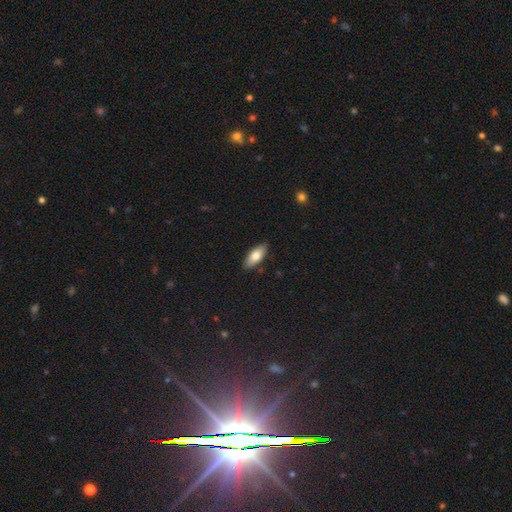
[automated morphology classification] smooth-or-featured: smooth: 76% | featured or disk: 18% | star or artifact: 6%
  how-rounded: in between: 82% | cigar-shaped: 16% | round: 2%
  merging: none: 87% | minor disturbance: 10% | major disturbance: 2% | merger: 1%